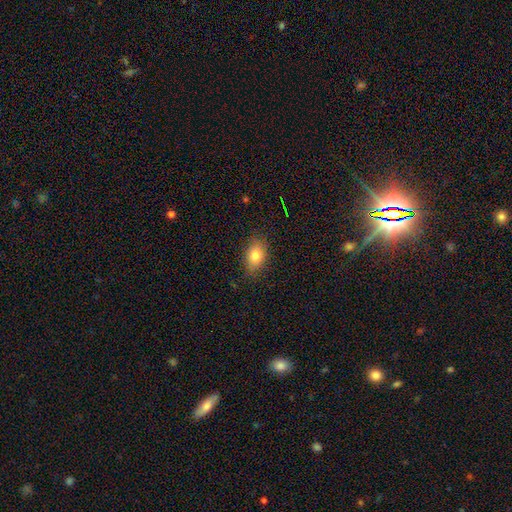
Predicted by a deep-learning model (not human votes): smooth_or_featured: smooth (p=0.80) [alt: featured or disk p=0.10]
how_rounded: in between (p=0.81) [alt: round p=0.16]
merging: none (p=0.83) [alt: minor disturbance p=0.13]